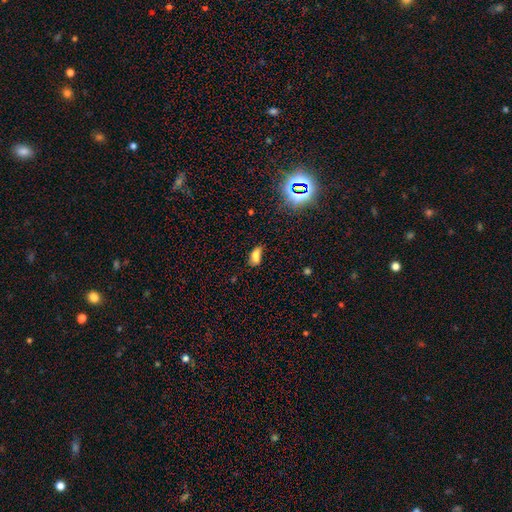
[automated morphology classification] This appears to be a smooth galaxy with no disk features (75%) that is in between round and cigar-shaped (88%). Merging: none (55%).